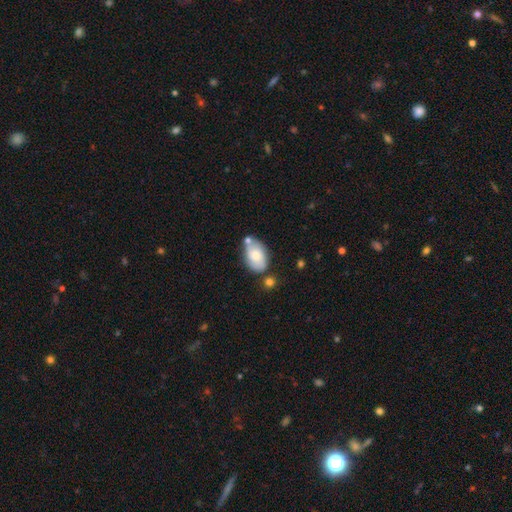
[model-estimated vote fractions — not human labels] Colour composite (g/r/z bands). It shows a smooth galaxy with no disk features (62%) that is in between round and cigar-shaped (90%). Merging: none (52%).